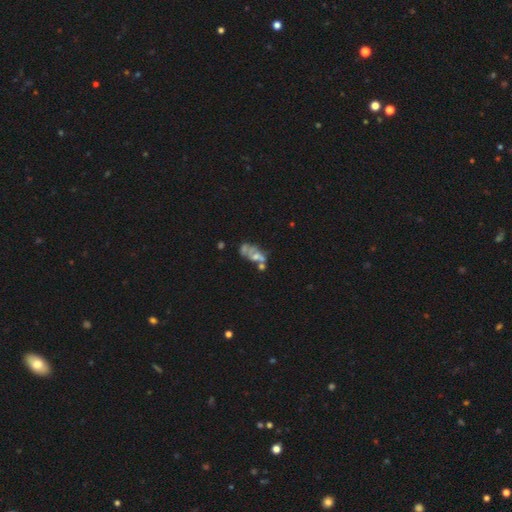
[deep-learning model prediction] smooth_or_featured: featured or disk (p=0.57) [alt: smooth p=0.29]
disk_edge_on: no (p=0.96) [alt: yes p=0.04]
bar: no (p=0.83) [alt: weak p=0.13]
has_spiral_arms: no (p=0.73) [alt: yes p=0.27]
bulge_size: moderate (p=0.33) [alt: small p=0.31]
merging: merger (p=0.39) [alt: none p=0.24]